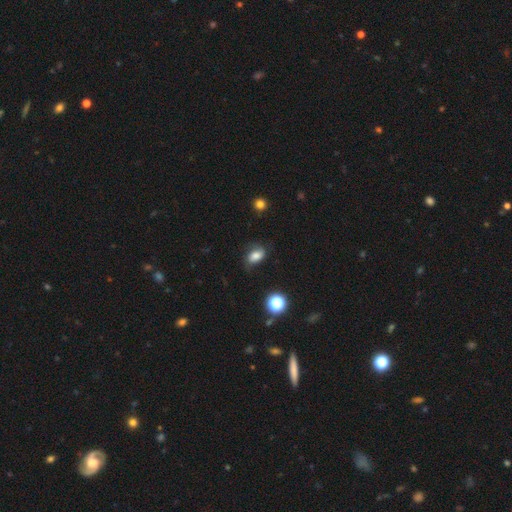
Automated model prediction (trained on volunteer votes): This is likely a smooth galaxy (72%). How rounded: clearly in between (83%). Merging: likely none (64%).